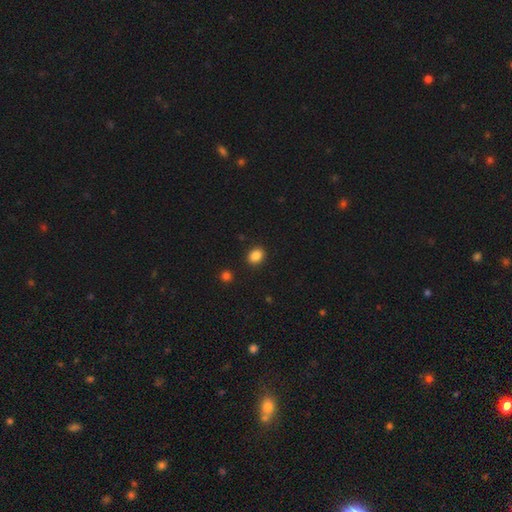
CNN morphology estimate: Smooth or featured: smooth — 86% (star or artifact — 10%)
How rounded: round — 50% (in between — 49%)
Merging: none — 90% (minor disturbance — 7%)